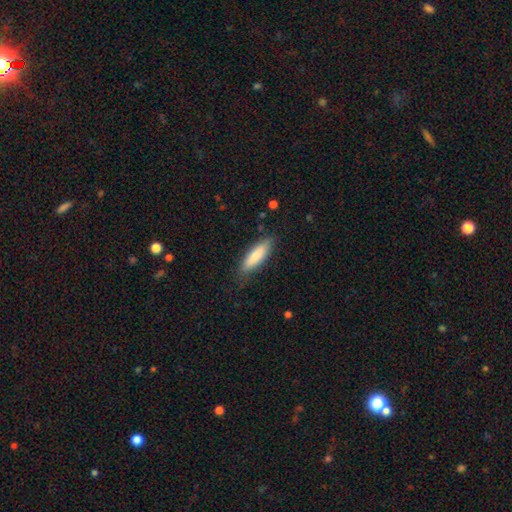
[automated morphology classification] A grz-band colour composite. It shows a smooth galaxy with no disk features (82%) that is cigar-shaped (56%). Merging: none (79%).